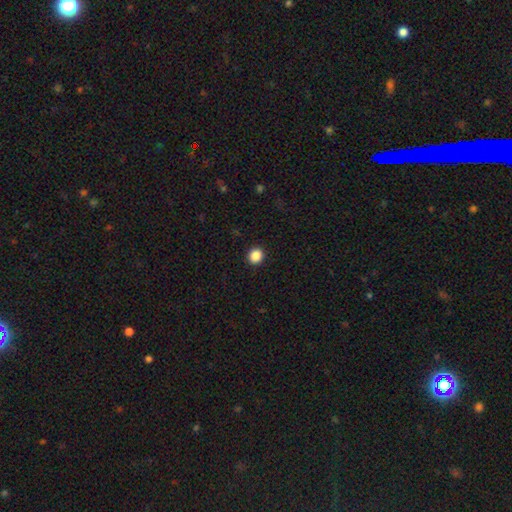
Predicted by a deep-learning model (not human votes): Overall: smooth (87%). How rounded: round (87%). Merging: none (92%).